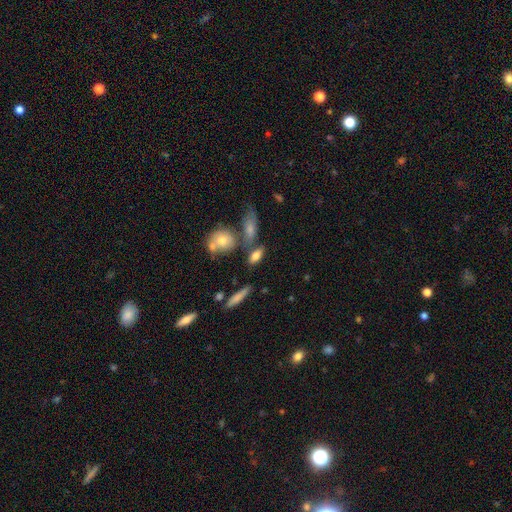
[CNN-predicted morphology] A smooth galaxy with no disk features (71%) that is in between round and cigar-shaped (72%). Merging: none (67%).